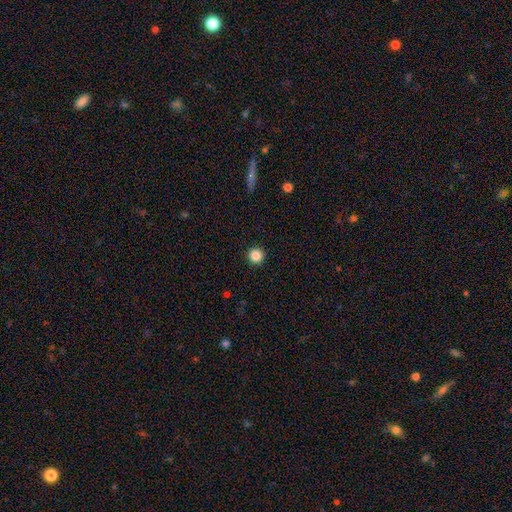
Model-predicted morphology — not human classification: Q: Smooth or featured?
A: smooth (85%); runner-up: star or artifact (11%)
Q: How rounded?
A: round (96%); runner-up: in between (3%)
Q: Merging?
A: none (93%); runner-up: minor disturbance (4%)